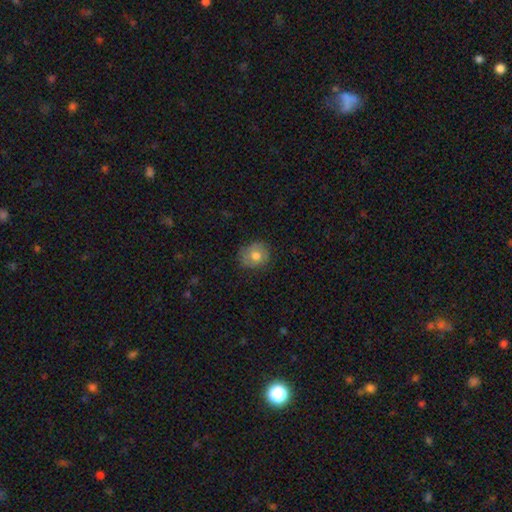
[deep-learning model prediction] Smooth or featured?
  - smooth: 63% *
  - featured or disk: 29%
  - star or artifact: 8%
How rounded?
  - round: 78% *
  - in between: 21%
  - cigar-shaped: 1%
Merging?
  - none: 76% *
  - minor disturbance: 18%
  - major disturbance: 5%
  - merger: 1%